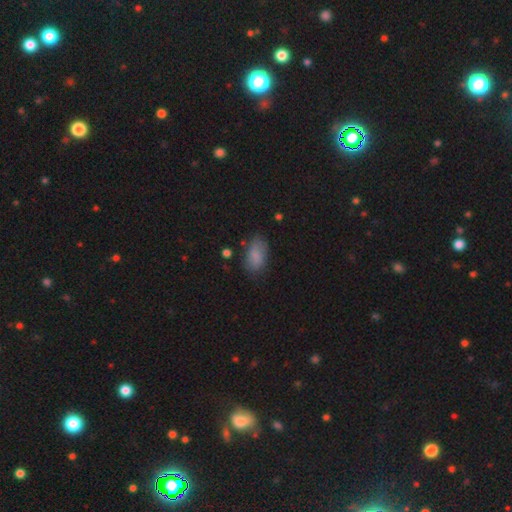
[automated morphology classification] Q: Smooth or featured?
A: smooth (81%); runner-up: featured or disk (11%)
Q: How rounded?
A: in between (92%); runner-up: round (5%)
Q: Merging?
A: none (70%); runner-up: minor disturbance (22%)